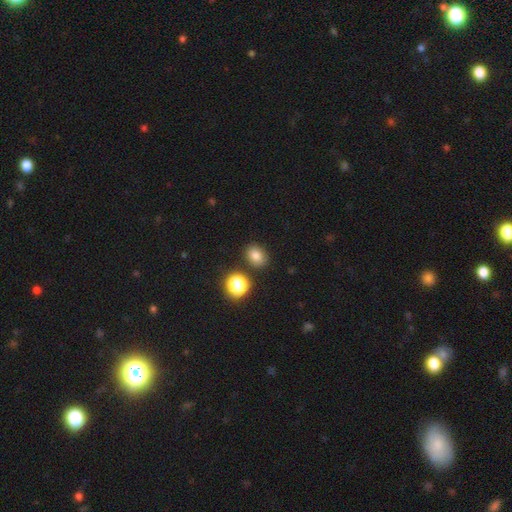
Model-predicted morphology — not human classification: smooth-or-featured: smooth: 80% | star or artifact: 14% | featured or disk: 6%
  how-rounded: in between: 56% | round: 43% | cigar-shaped: 1%
  merging: none: 83% | minor disturbance: 9% | merger: 5% | major disturbance: 3%